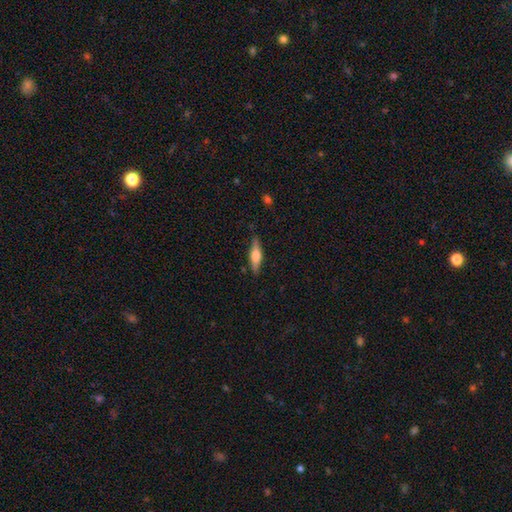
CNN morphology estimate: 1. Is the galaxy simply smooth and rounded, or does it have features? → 52% featured or disk, 42% smooth, 6% star or artifact.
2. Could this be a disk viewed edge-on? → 95% yes, 5% no.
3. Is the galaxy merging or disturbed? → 86% none, 11% minor disturbance, 2% major disturbance, 1% merger.